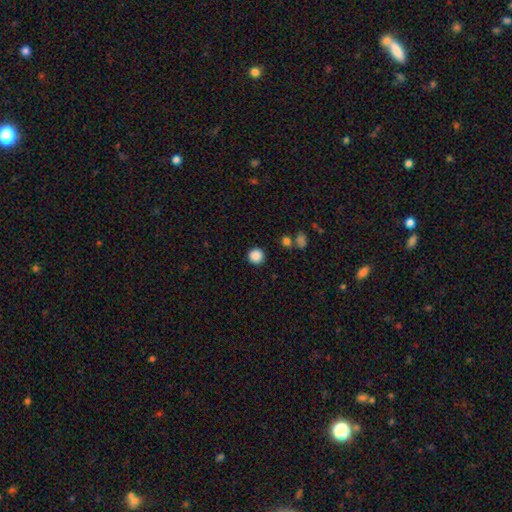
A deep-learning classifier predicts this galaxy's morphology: Smooth or featured? smooth (87%)
How rounded? round (95%)
Merging? none (90%)